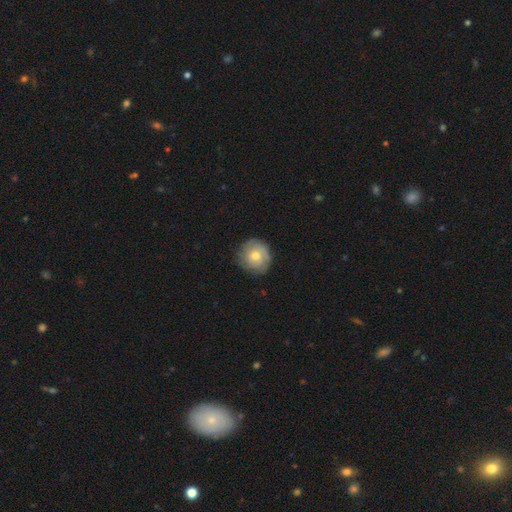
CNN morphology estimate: A smooth galaxy with no disk features (54%) that is round (89%). Merging: none (78%).